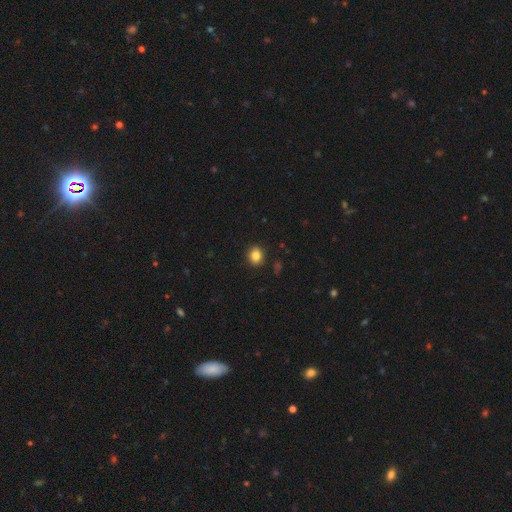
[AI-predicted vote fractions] Smooth or featured?
  - smooth: 83% *
  - star or artifact: 10%
  - featured or disk: 6%
How rounded?
  - round: 69% *
  - in between: 30%
  - cigar-shaped: 1%
Merging?
  - none: 90% *
  - minor disturbance: 7%
  - major disturbance: 2%
  - merger: 1%